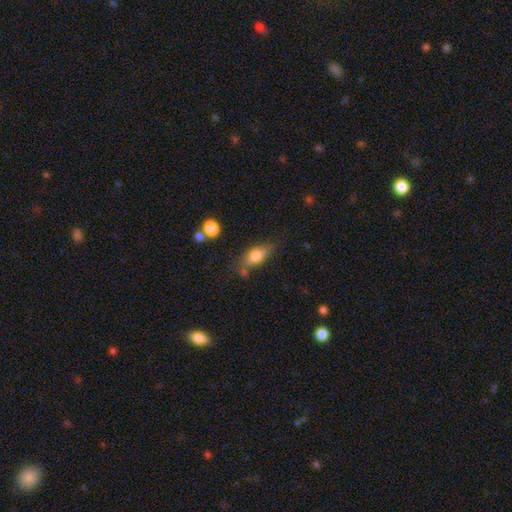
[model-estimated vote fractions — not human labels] This is likely a smooth galaxy (76%). How rounded: clearly in between (80%). Merging: likely none (61%).